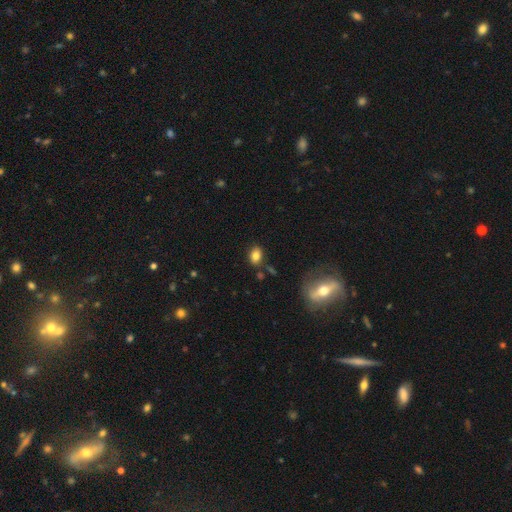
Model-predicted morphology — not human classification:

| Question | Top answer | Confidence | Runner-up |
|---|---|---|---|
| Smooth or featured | smooth | 81% | star or artifact (10%) |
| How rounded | in between | 75% | round (23%) |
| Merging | none | 79% | minor disturbance (13%) |